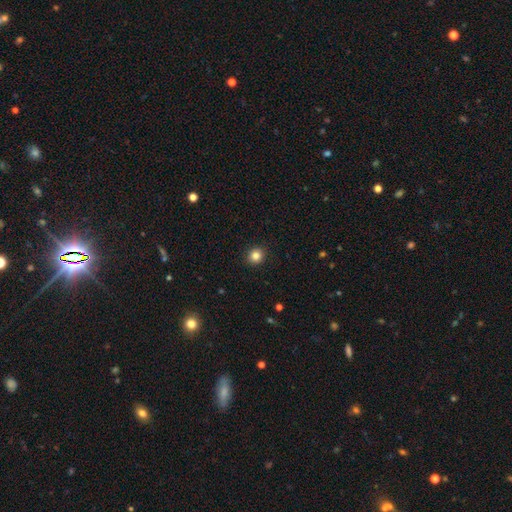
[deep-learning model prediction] A smooth galaxy with no disk features (84%) that is round (87%). Merging: none (92%).